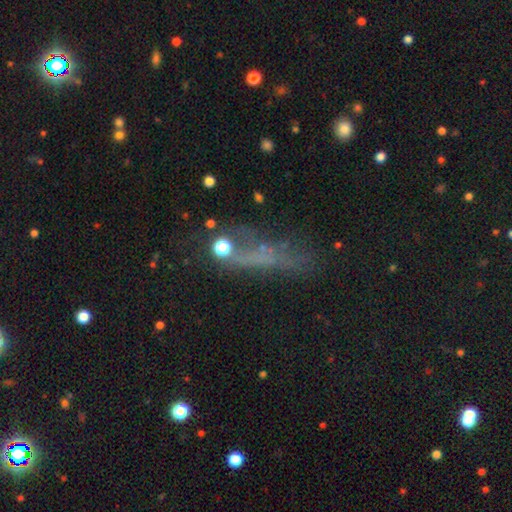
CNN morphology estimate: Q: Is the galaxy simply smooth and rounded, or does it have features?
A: smooth — 38%.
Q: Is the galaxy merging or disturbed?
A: none — 47%.